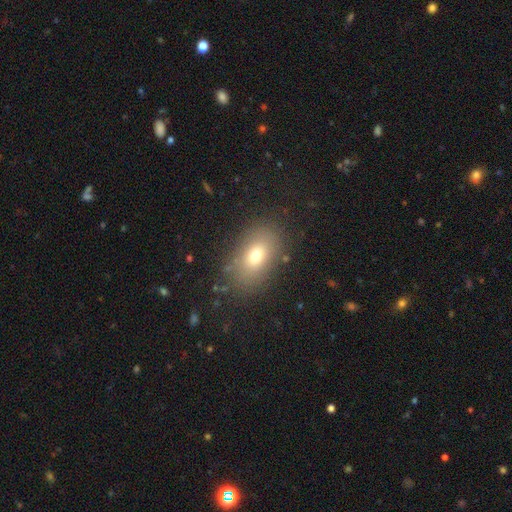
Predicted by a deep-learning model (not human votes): smooth 72%, featured or disk 15%, star or artifact 13%. Down the decision tree: how rounded — in between (84%); merging — none (83%).